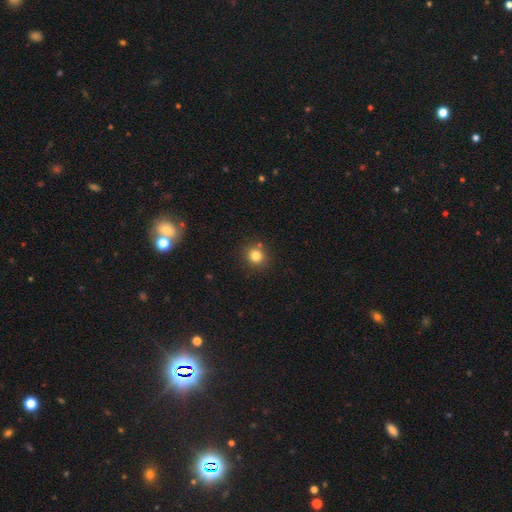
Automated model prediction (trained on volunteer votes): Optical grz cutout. It shows a smooth galaxy with no disk features (81%) that is round (89%). Merging: none (85%).